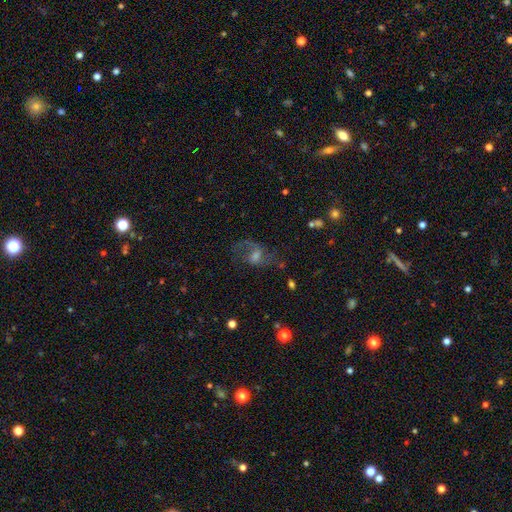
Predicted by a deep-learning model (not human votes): A featured or disk galaxy (61%) with a weak bar (47%), spiral arms (82%) and a moderate central bulge (43%). Merging: none (53%).